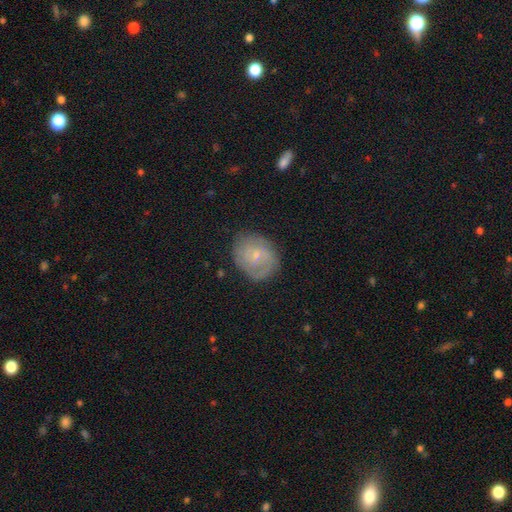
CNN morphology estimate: Q: Smooth or featured?
A: featured or disk (61%); runner-up: smooth (32%)
Q: Edge-on disk?
A: no (97%); runner-up: yes (3%)
Q: Bar?
A: no (59%); runner-up: weak (36%)
Q: Spiral arms?
A: yes (85%); runner-up: no (15%)
Q: Bulge size?
A: small (66%); runner-up: moderate (24%)
Q: Merging?
A: none (76%); runner-up: minor disturbance (17%)